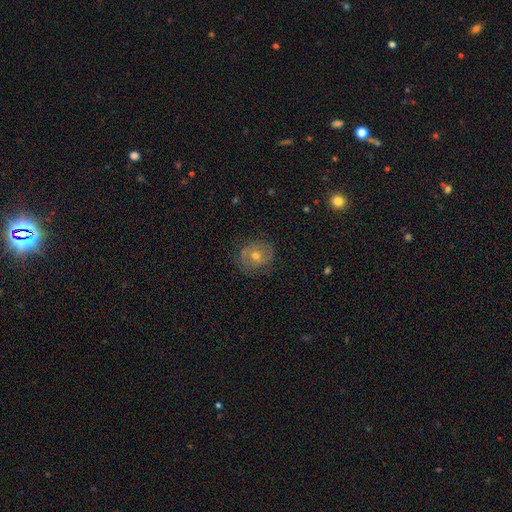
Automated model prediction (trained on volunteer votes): featured or disk 55%, smooth 33%, star or artifact 13%. Down the decision tree: edge-on disk — no (96%); bar — no (77%); spiral arms — yes (69%); bulge size — moderate (60%); merging — none (80%).